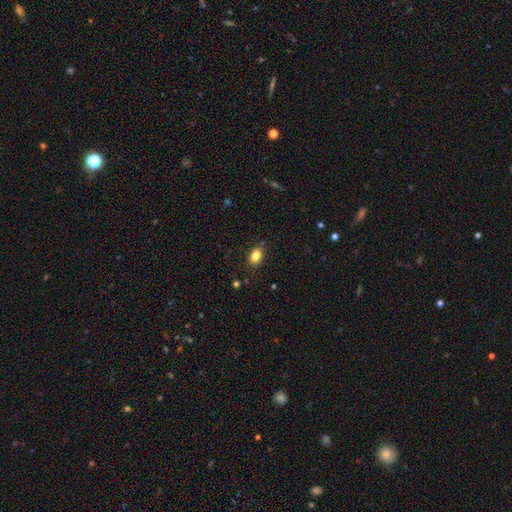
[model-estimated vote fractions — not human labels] smooth-or-featured: smooth: 84% | star or artifact: 10% | featured or disk: 6%
  how-rounded: in between: 78% | round: 21% | cigar-shaped: 1%
  merging: none: 84% | minor disturbance: 12% | major disturbance: 3% | merger: 2%